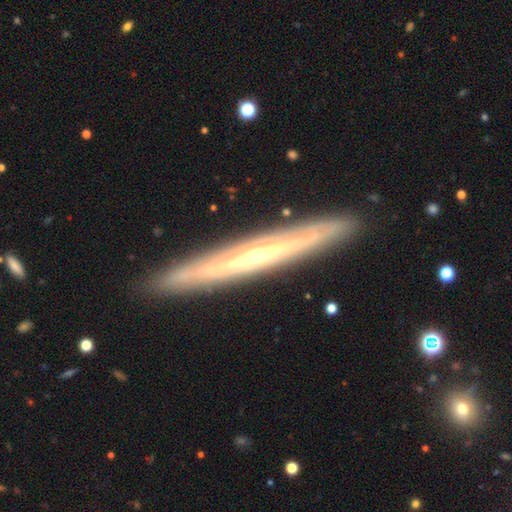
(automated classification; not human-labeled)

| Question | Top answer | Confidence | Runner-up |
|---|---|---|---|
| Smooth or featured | featured or disk | 80% | smooth (14%) |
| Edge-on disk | yes | 92% | no (8%) |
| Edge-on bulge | rounded | 63% | none (34%) |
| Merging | none | 90% | minor disturbance (7%) |